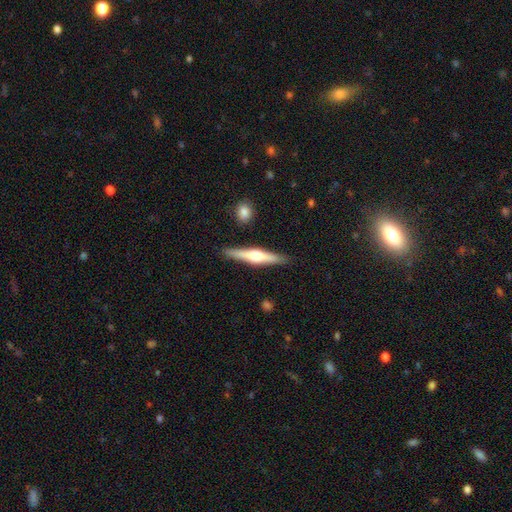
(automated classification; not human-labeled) This appears to be a featured or disk galaxy (62%) viewed edge-on (97%) with a rounded central bulge (86%). Merging: none (89%).